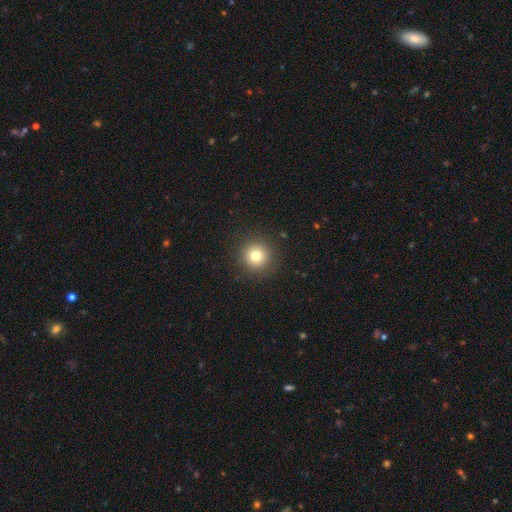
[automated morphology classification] This appears to be a smooth galaxy with no disk features (78%) that is round (95%). Merging: none (91%).